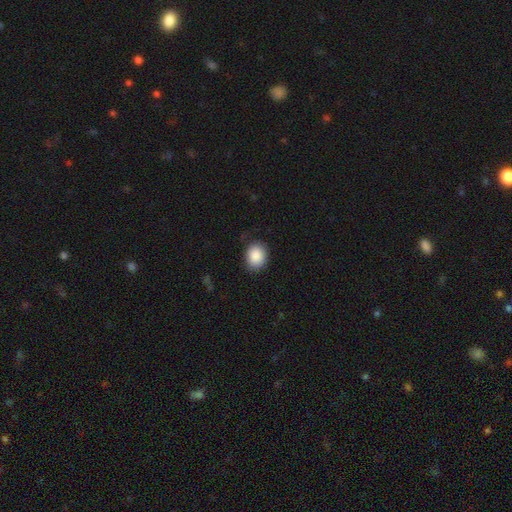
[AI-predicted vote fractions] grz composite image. It shows a smooth galaxy with no disk features (89%) that is round (54%). Merging: none (82%).